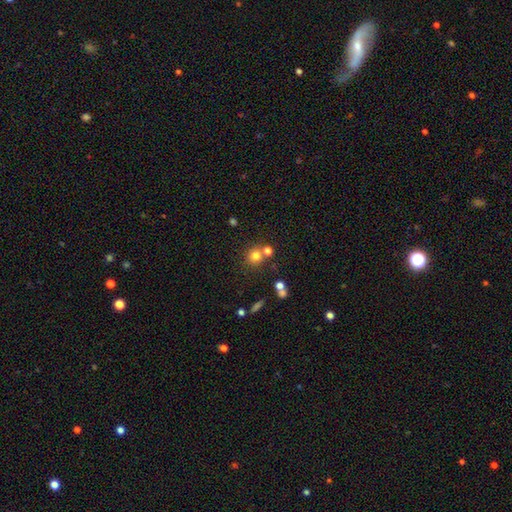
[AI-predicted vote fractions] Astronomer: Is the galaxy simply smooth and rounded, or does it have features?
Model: smooth — 75%.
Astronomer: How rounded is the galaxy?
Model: round — 89%.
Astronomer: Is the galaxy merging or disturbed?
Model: none — 65%.